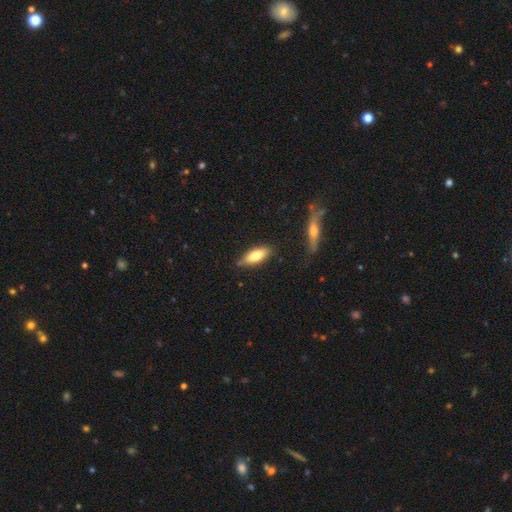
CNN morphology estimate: Overall: smooth (77%). How rounded: in between (72%). Merging: none (80%).